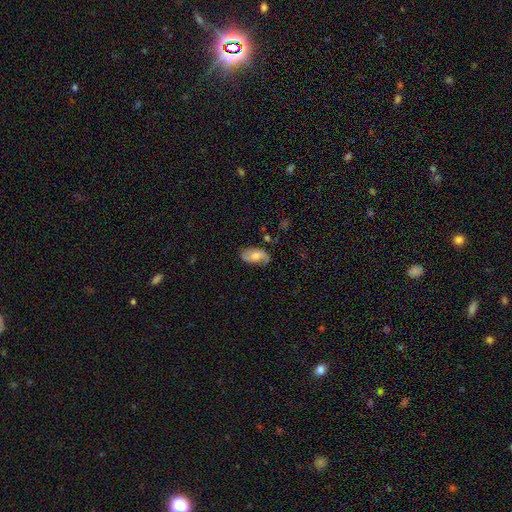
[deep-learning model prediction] A featured or disk galaxy (67%) with no bar (59%), 2 (88%) loose (54%) spiral arms (90%) and a moderate central bulge (62%). Merging: none (75%).